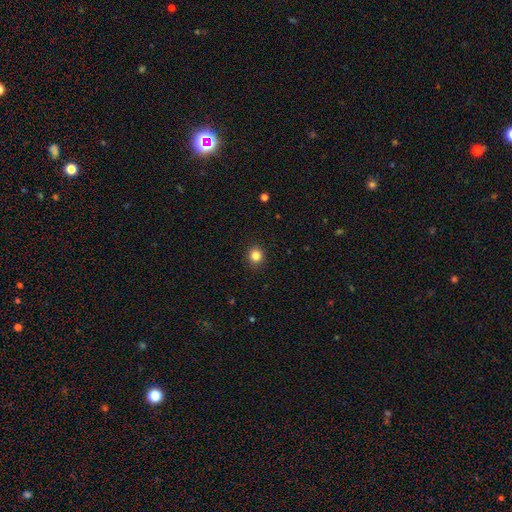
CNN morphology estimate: type=smooth (85%); roundness=round (88%); merging=none (92%).